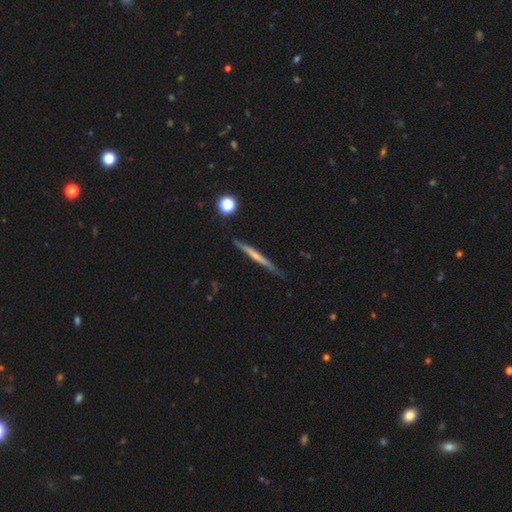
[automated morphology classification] Smooth or featured?
  - featured or disk: 51% *
  - smooth: 42%
  - star or artifact: 7%
Edge-on disk?
  - yes: 96% *
  - no: 4%
Merging?
  - none: 84% *
  - minor disturbance: 12%
  - major disturbance: 2%
  - merger: 2%